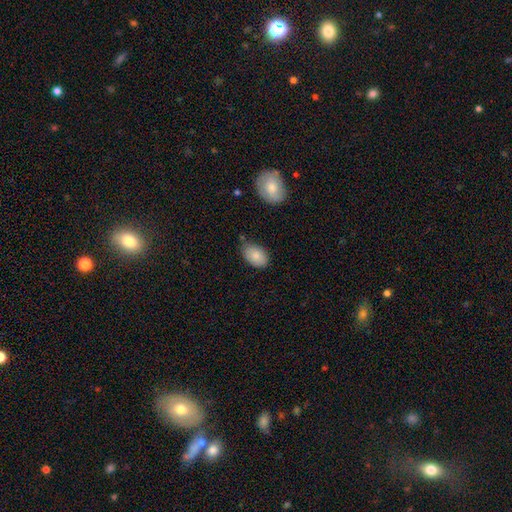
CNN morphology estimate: Smooth or featured: smooth — 85% (featured or disk — 9%)
How rounded: in between — 91% (round — 8%)
Merging: none — 68% (minor disturbance — 24%)